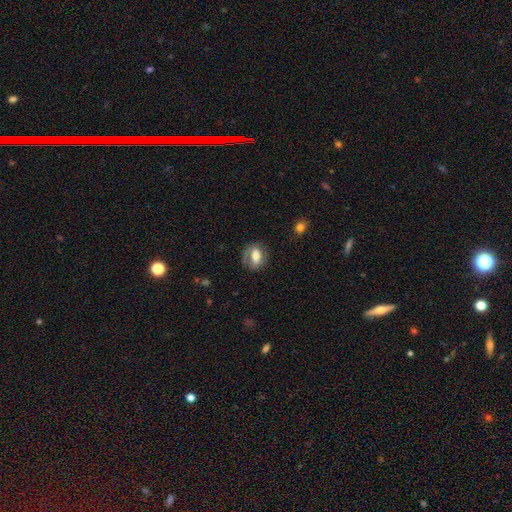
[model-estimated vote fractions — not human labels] This is possibly a smooth galaxy (57%). How rounded: likely in between (67%). Merging: likely none (63%).